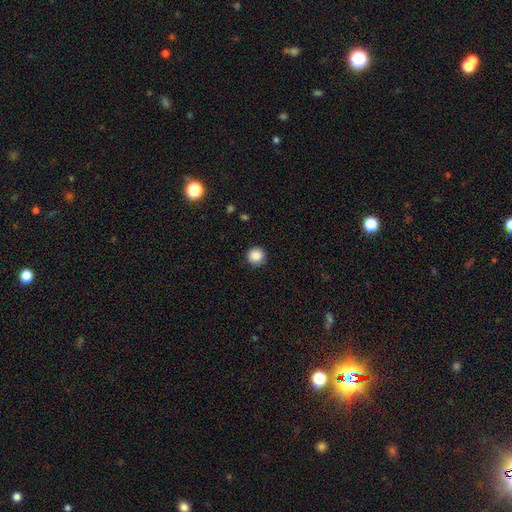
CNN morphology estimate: This is clearly a smooth galaxy (87%). How rounded: clearly round (95%). Merging: clearly none (90%).